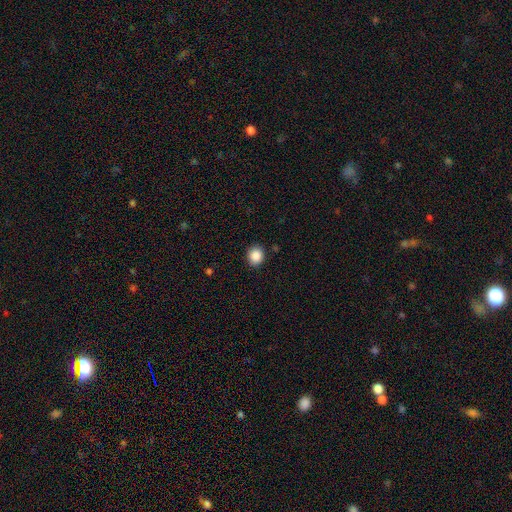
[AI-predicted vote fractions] Morphology: type=smooth (88%); roundness=round (79%); merging=none (89%).